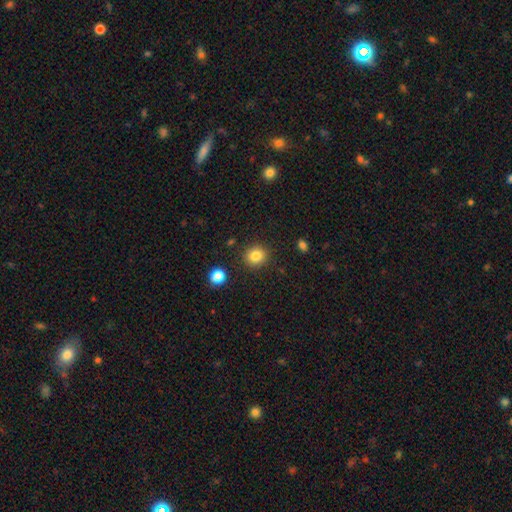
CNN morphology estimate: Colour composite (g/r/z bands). It shows a smooth galaxy with no disk features (84%) that is round (85%). Merging: none (88%).